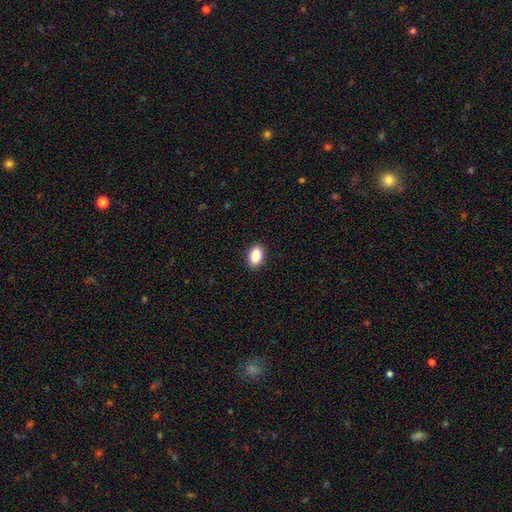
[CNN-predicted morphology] smooth-or-featured: smooth: 87% | star or artifact: 8% | featured or disk: 5%
  how-rounded: in between: 87% | round: 11% | cigar-shaped: 1%
  merging: none: 90% | minor disturbance: 7% | major disturbance: 2% | merger: 1%